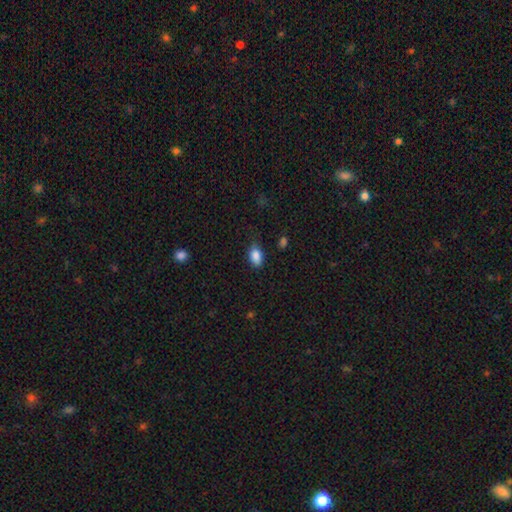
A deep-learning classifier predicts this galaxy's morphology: Smooth or featured? smooth (87%)
How rounded? in between (88%)
Merging? none (70%)